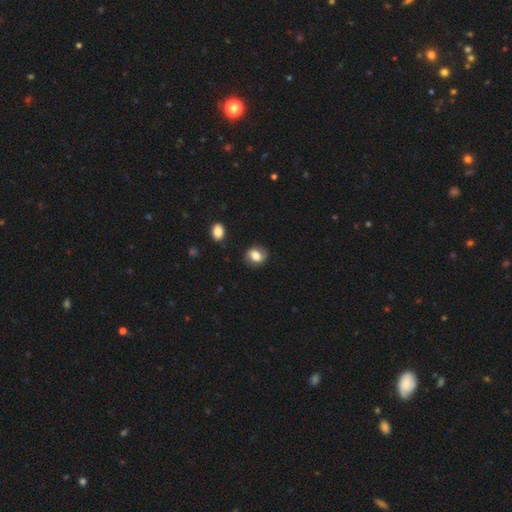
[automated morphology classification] smooth_or_featured: smooth (p=0.62) [alt: featured or disk p=0.29]
how_rounded: round (p=0.56) [alt: in between p=0.42]
merging: none (p=0.78) [alt: minor disturbance p=0.15]